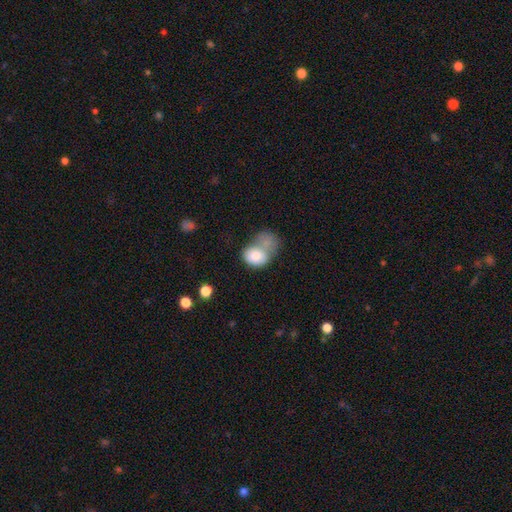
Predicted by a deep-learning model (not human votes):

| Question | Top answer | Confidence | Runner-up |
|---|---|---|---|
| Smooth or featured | smooth | 76% | featured or disk (17%) |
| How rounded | in between | 56% | round (43%) |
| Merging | merger | 48% | major disturbance (21%) |